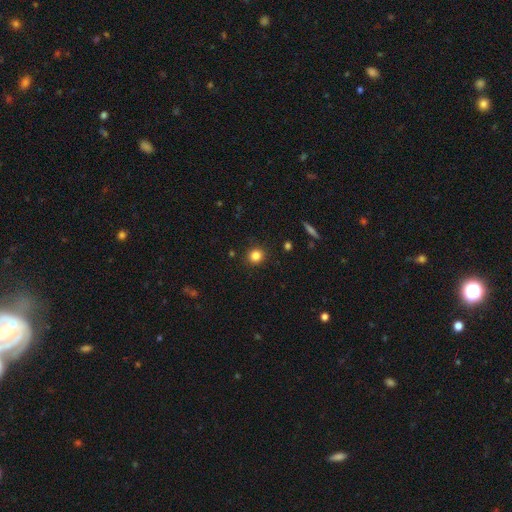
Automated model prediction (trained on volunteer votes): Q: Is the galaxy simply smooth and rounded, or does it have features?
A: smooth — 83%.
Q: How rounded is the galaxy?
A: round — 90%.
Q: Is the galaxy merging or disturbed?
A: none — 90%.